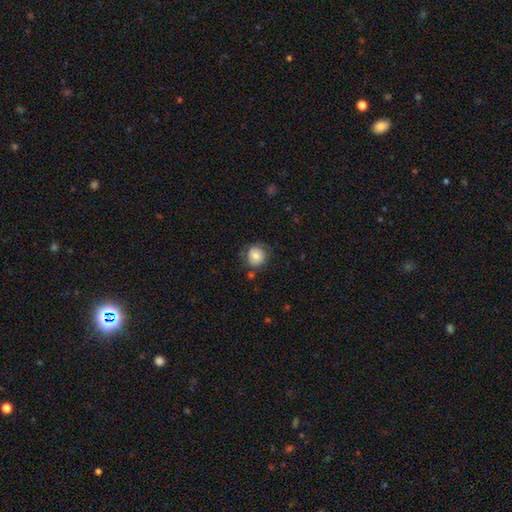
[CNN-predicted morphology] Smooth or featured?
  - smooth: 75% *
  - featured or disk: 16%
  - star or artifact: 9%
How rounded?
  - round: 86% *
  - in between: 13%
  - cigar-shaped: 1%
Merging?
  - none: 73% *
  - minor disturbance: 18%
  - major disturbance: 6%
  - merger: 3%